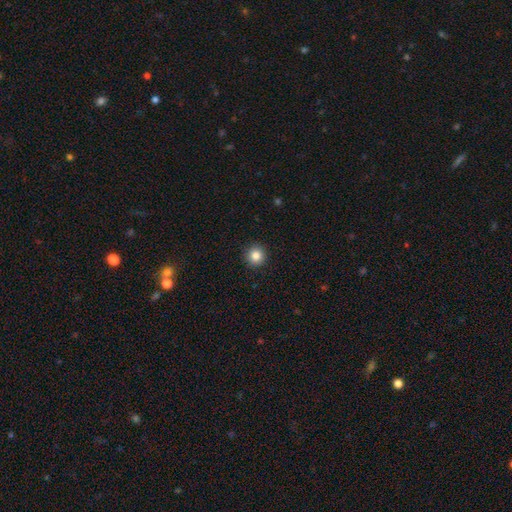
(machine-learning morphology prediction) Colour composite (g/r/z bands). It shows a smooth galaxy with no disk features (84%) that is round (95%). Merging: none (93%).